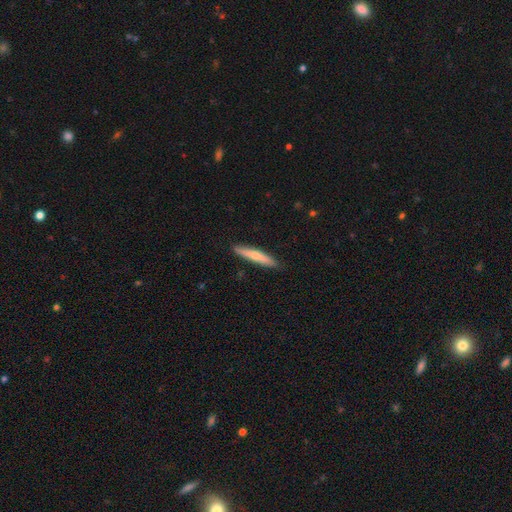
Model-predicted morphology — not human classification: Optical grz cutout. It shows a smooth galaxy with no disk features (63%) that is cigar-shaped (93%). Merging: none (89%).